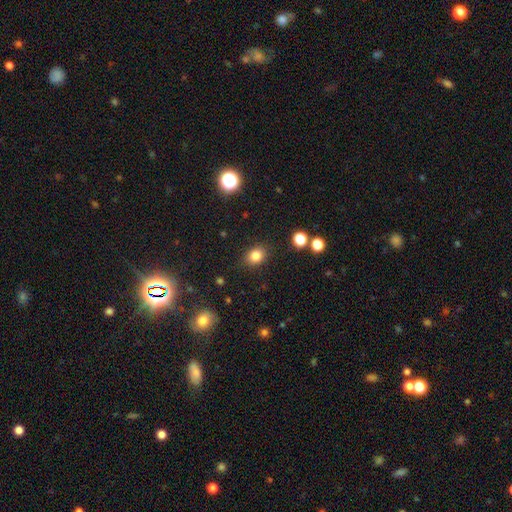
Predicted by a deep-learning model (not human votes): A smooth galaxy with no disk features (83%) that is round (51%).

Vote fractions:
- Smooth or featured? smooth: 83% / star or artifact: 12% / featured or disk: 5%
- How rounded? round: 51% / in between: 48% / cigar-shaped: 1%
- Merging? none: 86% / minor disturbance: 9% / major disturbance: 3% / merger: 2%